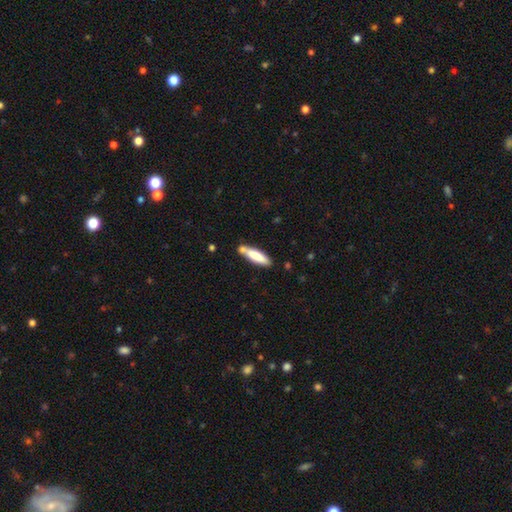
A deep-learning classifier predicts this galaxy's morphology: Smooth or featured: smooth — 78% (featured or disk — 16%)
How rounded: cigar-shaped — 69% (in between — 29%)
Merging: none — 69% (minor disturbance — 16%)